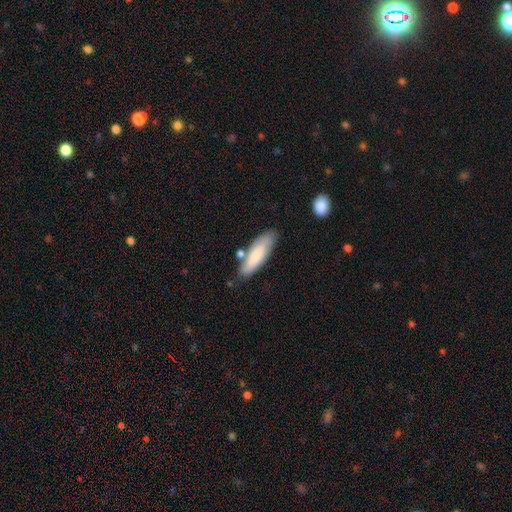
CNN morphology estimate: A smooth galaxy with no disk features (78%) that is cigar-shaped (53%).

Vote fractions:
- Smooth or featured? smooth: 78% / featured or disk: 17% / star or artifact: 6%
- How rounded? cigar-shaped: 53% / in between: 45% / round: 2%
- Merging? none: 70% / minor disturbance: 17% / merger: 9% / major disturbance: 4%